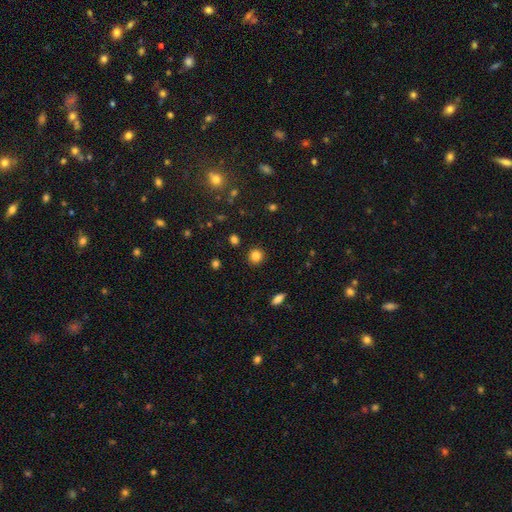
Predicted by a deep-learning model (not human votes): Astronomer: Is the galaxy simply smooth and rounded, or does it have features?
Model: smooth — 84%.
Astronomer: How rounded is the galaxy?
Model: round — 90%.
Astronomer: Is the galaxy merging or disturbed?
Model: none — 91%.